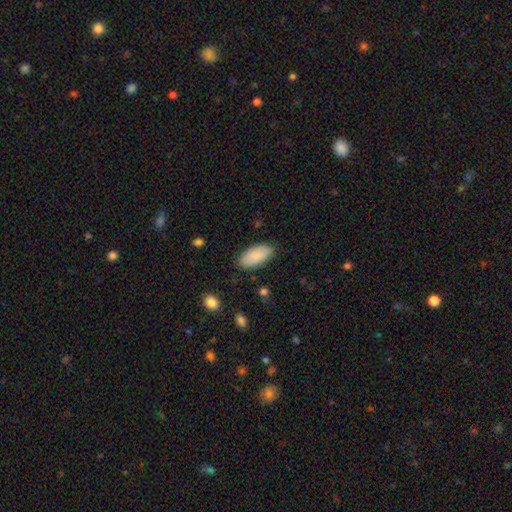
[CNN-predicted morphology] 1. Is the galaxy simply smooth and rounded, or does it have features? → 89% smooth, 6% star or artifact, 5% featured or disk.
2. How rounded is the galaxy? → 93% in between, 5% cigar-shaped, 2% round.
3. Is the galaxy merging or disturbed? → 85% none, 11% minor disturbance, 3% major disturbance, 1% merger.